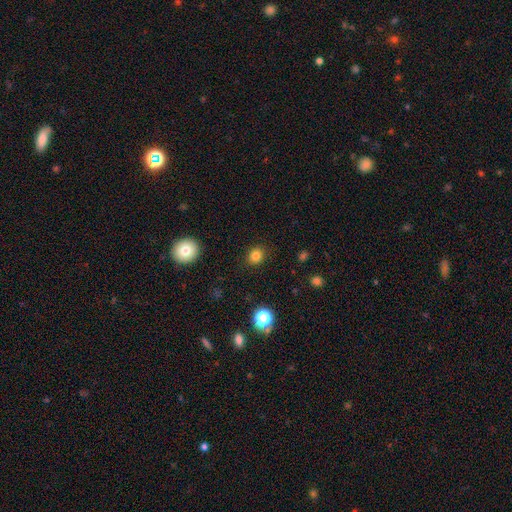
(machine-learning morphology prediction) smooth_or_featured: smooth (p=0.81) [alt: star or artifact p=0.13]
how_rounded: round (p=0.72) [alt: in between p=0.27]
merging: none (p=0.89) [alt: minor disturbance p=0.08]